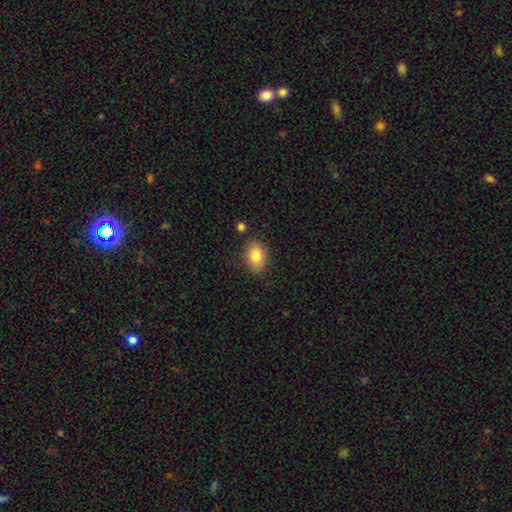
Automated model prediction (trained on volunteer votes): Smooth or featured: smooth — 84% (featured or disk — 8%)
How rounded: in between — 85% (round — 13%)
Merging: none — 82% (minor disturbance — 12%)